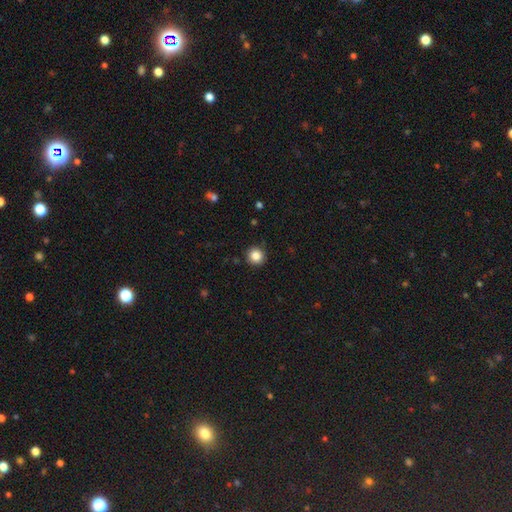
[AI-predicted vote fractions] smooth 85%, star or artifact 11%, featured or disk 5%. Down the decision tree: how rounded — round (95%); merging — none (92%).